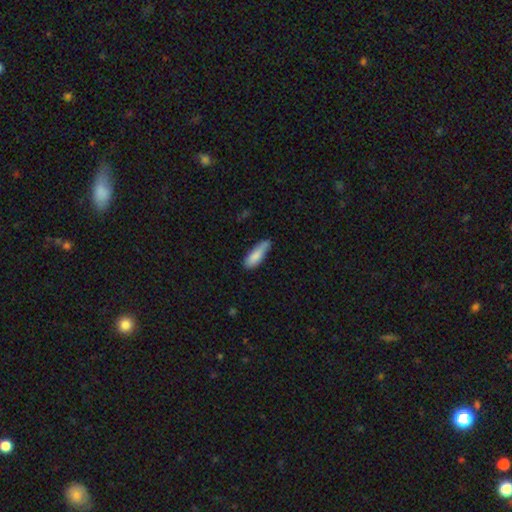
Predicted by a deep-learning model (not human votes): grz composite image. It shows a smooth galaxy with no disk features (83%) that is in between round and cigar-shaped (51%). Merging: none (57%).